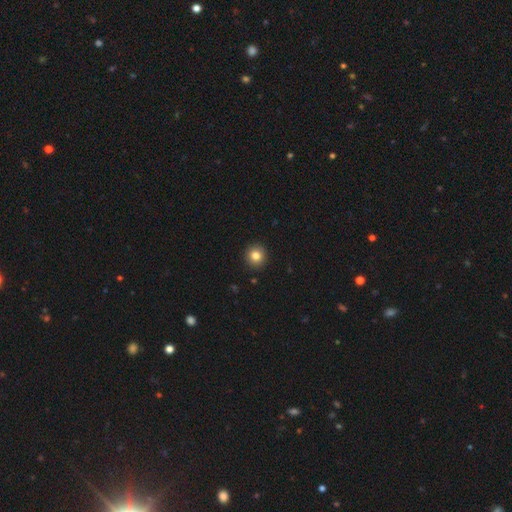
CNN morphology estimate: A smooth galaxy with no disk features (83%) that is round (92%). Merging: none (93%).